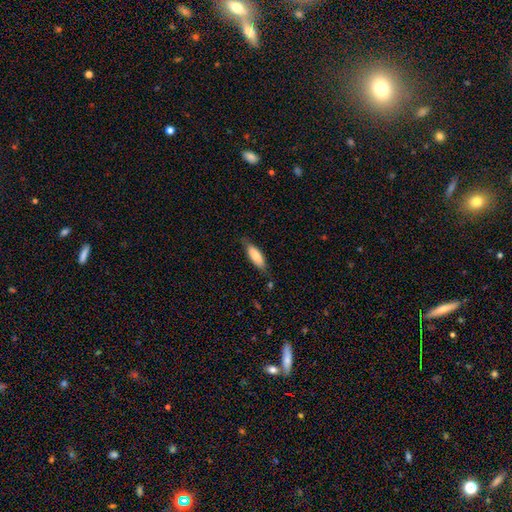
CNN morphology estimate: smooth 80%, featured or disk 15%, star or artifact 6%. Down the decision tree: how rounded — in between (60%); merging — none (72%).